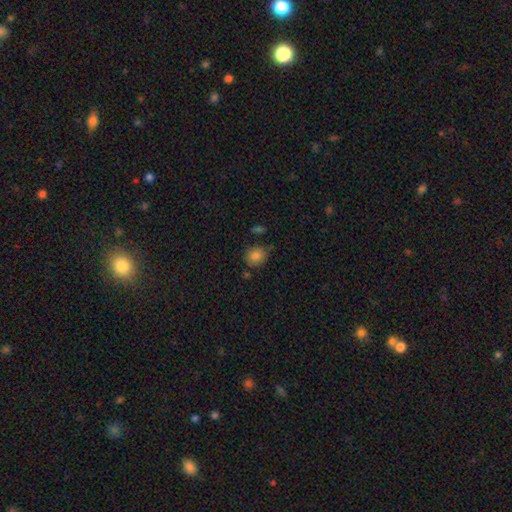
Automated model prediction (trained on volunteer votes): smooth-or-featured: smooth: 83% | star or artifact: 10% | featured or disk: 6%
  how-rounded: round: 71% | in between: 28% | cigar-shaped: 1%
  merging: none: 75% | minor disturbance: 16% | merger: 5% | major disturbance: 4%